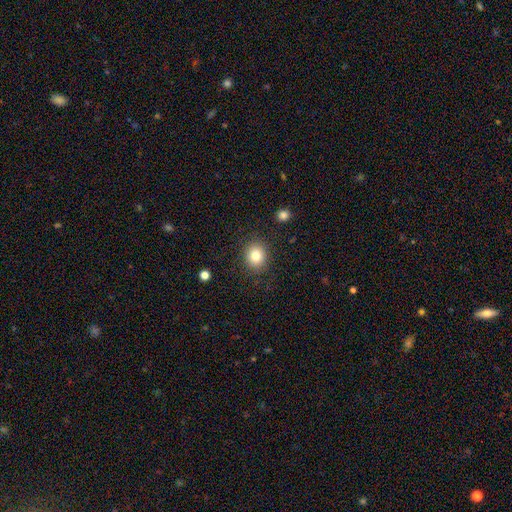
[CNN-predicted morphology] A smooth galaxy with no disk features (81%) that is round (72%).

Vote fractions:
- Smooth or featured? smooth: 81% / star or artifact: 10% / featured or disk: 8%
- How rounded? round: 72% / in between: 27% / cigar-shaped: 1%
- Merging? none: 88% / minor disturbance: 8% / major disturbance: 3% / merger: 1%